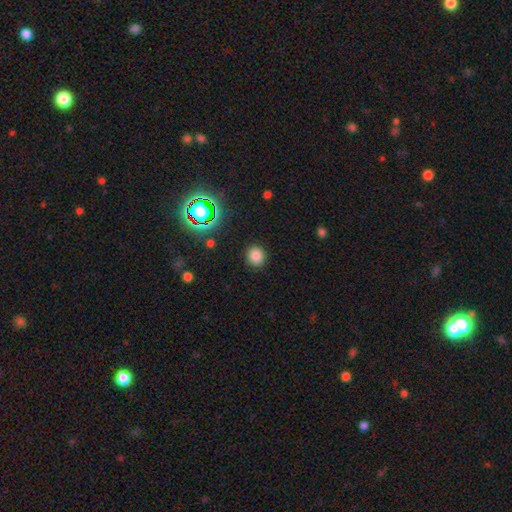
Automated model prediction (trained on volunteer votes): smooth 81%, star or artifact 15%, featured or disk 5%. Down the decision tree: how rounded — round (86%); merging — none (90%).